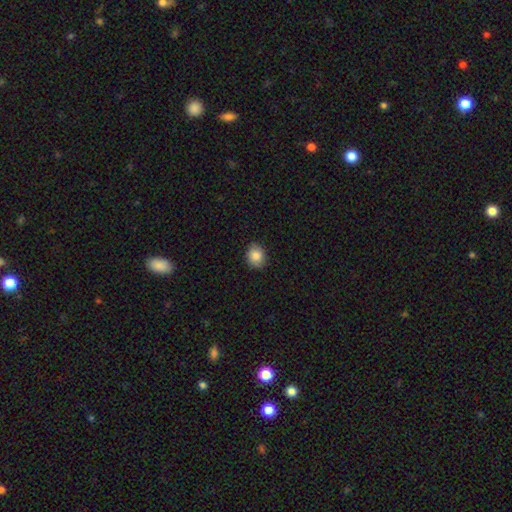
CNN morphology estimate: Smooth or featured?
  - smooth: 85% *
  - star or artifact: 8%
  - featured or disk: 7%
How rounded?
  - round: 60% *
  - in between: 39%
  - cigar-shaped: 1%
Merging?
  - none: 85% *
  - minor disturbance: 12%
  - major disturbance: 2%
  - merger: 1%